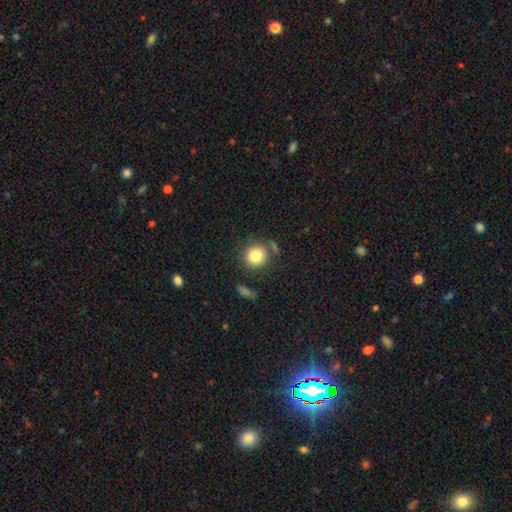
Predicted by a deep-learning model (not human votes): Overall: smooth (82%). How rounded: round (90%). Merging: none (77%).